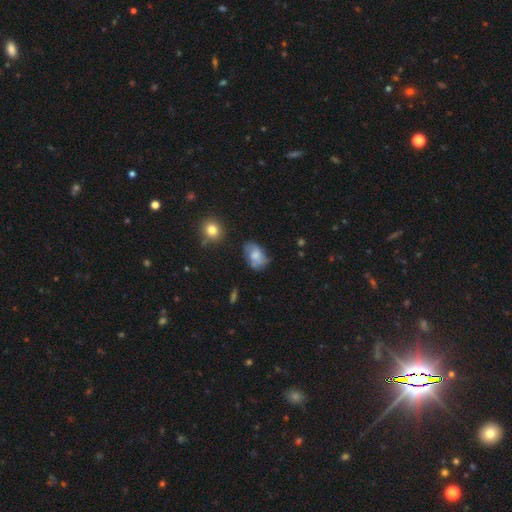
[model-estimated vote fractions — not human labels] Smooth or featured: smooth — 66% (featured or disk — 25%)
How rounded: in between — 86% (round — 12%)
Merging: none — 54% (minor disturbance — 32%)